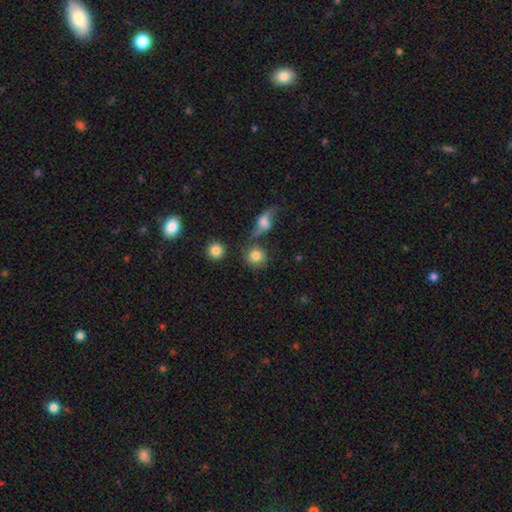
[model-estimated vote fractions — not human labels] This is clearly a smooth galaxy (81%). How rounded: clearly round (87%). Merging: likely none (65%).